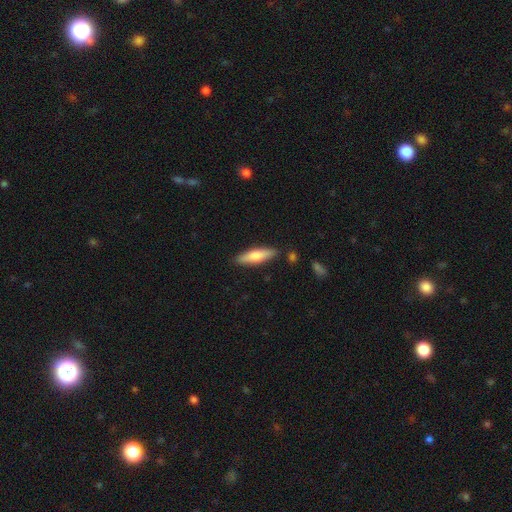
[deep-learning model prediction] The model was most divided on "smooth or featured": smooth: 64%, featured or disk: 30%, star or artifact: 5%. More confident: merging — none (86%); how rounded — cigar-shaped (67%).